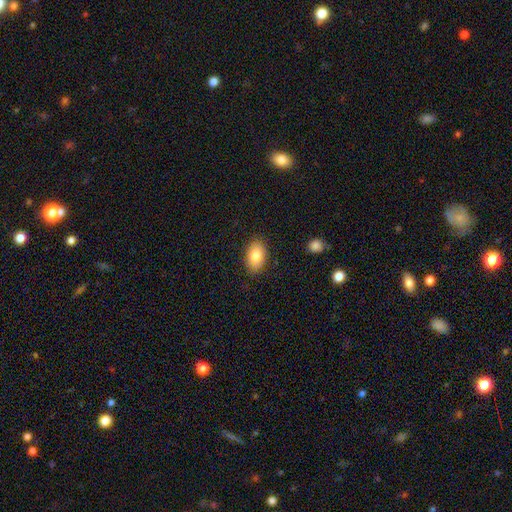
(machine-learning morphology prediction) Smooth or featured: smooth — 83% (featured or disk — 10%)
How rounded: in between — 91% (round — 8%)
Merging: none — 87% (minor disturbance — 10%)